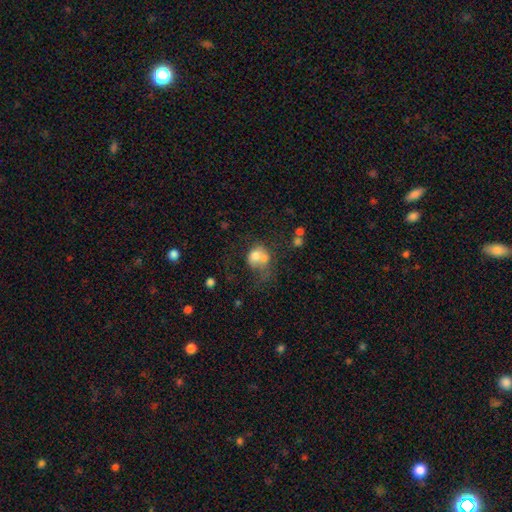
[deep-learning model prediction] smooth_or_featured: smooth (p=0.65) [alt: featured or disk p=0.24]
how_rounded: round (p=0.59) [alt: in between p=0.40]
merging: merger (p=0.43) [alt: none p=0.22]